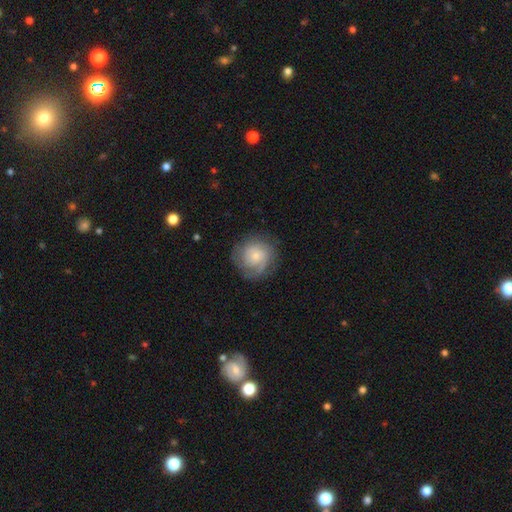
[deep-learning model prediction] smooth-or-featured: featured or disk: 63% | smooth: 29% | star or artifact: 7%
  disk-edge-on: no: 98% | yes: 2%
    bar: no: 77% | weak: 21% | strong: 3%
    has-spiral-arms: yes: 92% | no: 8%
      spiral-winding: tight: 60% | medium: 31% | loose: 10%
      spiral-arm-count: can't tell: 32% | 2: 24% | 3: 23% | 1: 8% | 4: 7% | more than 4: 5%
    bulge-size: small: 58% | moderate: 31% | none: 5% | large: 5% | dominant: 2%
  merging: none: 79% | minor disturbance: 14% | major disturbance: 6% | merger: 1%